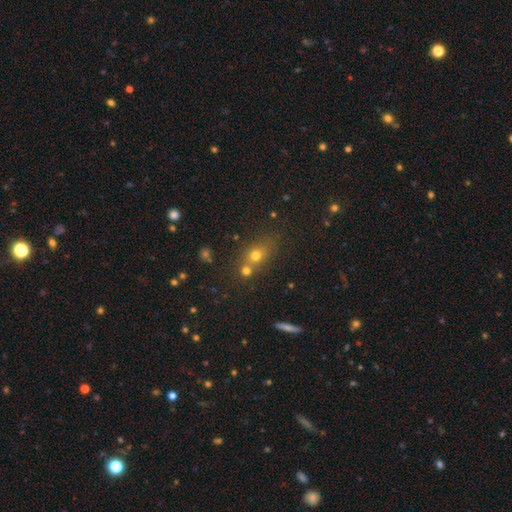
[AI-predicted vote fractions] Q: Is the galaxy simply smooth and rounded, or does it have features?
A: smooth — 61%.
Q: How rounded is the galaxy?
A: round — 60%.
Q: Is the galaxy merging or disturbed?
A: none — 55%.